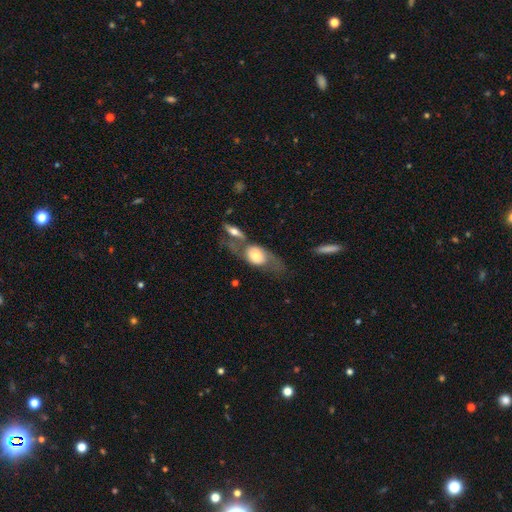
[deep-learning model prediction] Overall: featured or disk (48%; smooth 45%). Merging: merger (33%; none 31%).